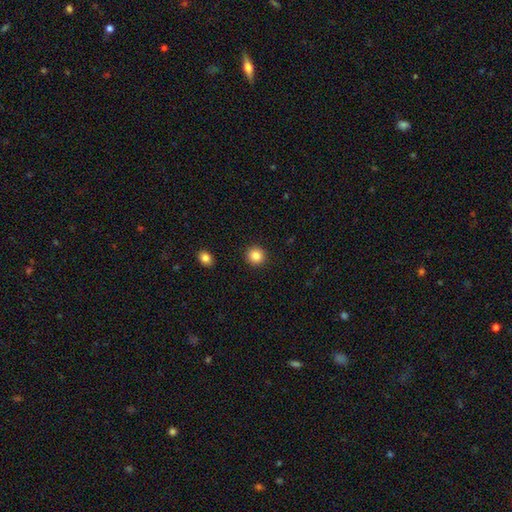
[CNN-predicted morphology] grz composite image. It shows a smooth galaxy with no disk features (86%) that is round (92%). Merging: none (92%).